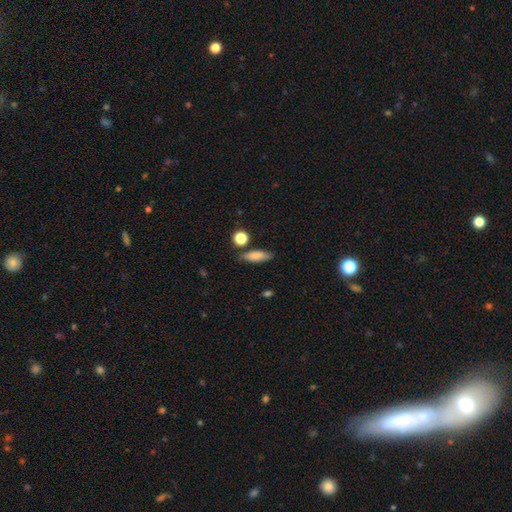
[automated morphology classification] The model was most divided on "how rounded": in between: 57%, cigar-shaped: 38%, round: 5%. More confident: smooth or featured — smooth (80%); merging — none (76%).